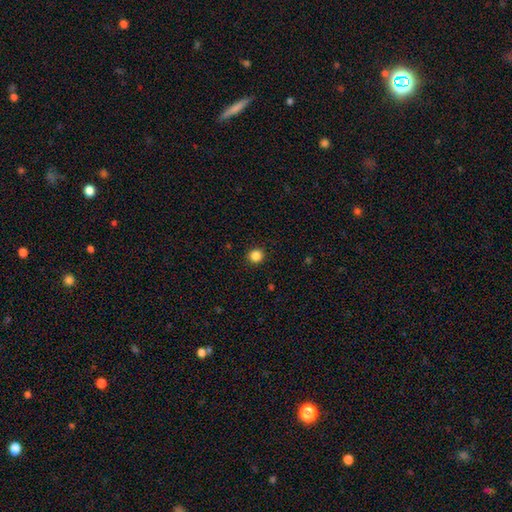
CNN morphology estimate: This appears to be a smooth galaxy with no disk features (86%) that is round (92%). Merging: none (92%).